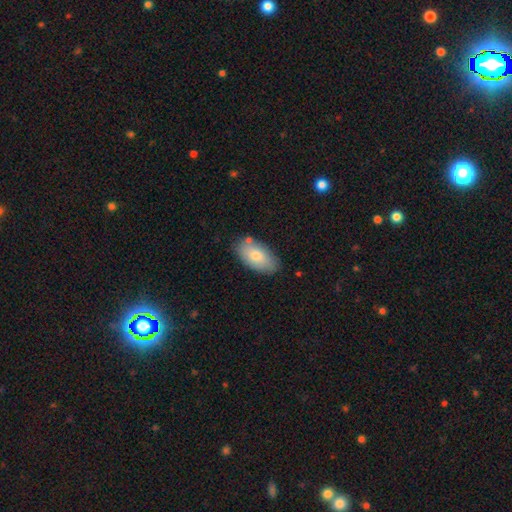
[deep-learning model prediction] This appears to be a smooth galaxy with no disk features (77%) that is in between round and cigar-shaped (95%). Merging: none (78%).